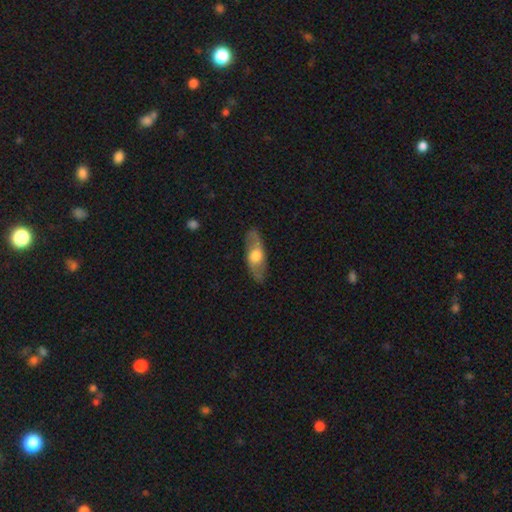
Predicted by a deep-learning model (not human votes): Q: Smooth or featured?
A: featured or disk (53%); runner-up: smooth (42%)
Q: Edge-on disk?
A: no (63%); runner-up: yes (37%)
Q: Merging?
A: none (83%); runner-up: minor disturbance (13%)